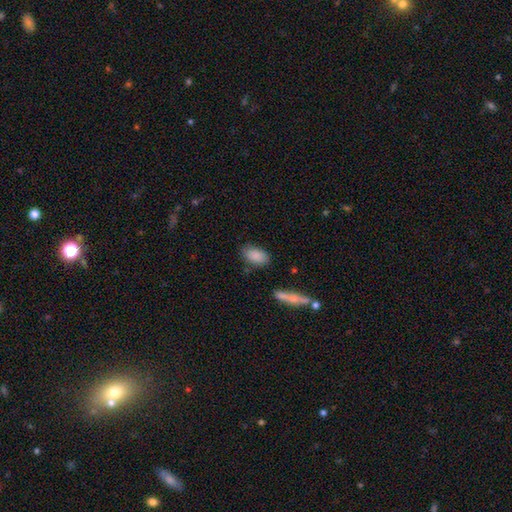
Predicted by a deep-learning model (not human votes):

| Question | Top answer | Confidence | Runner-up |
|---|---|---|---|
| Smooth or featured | smooth | 87% | star or artifact (7%) |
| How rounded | in between | 92% | round (5%) |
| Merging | none | 79% | minor disturbance (14%) |